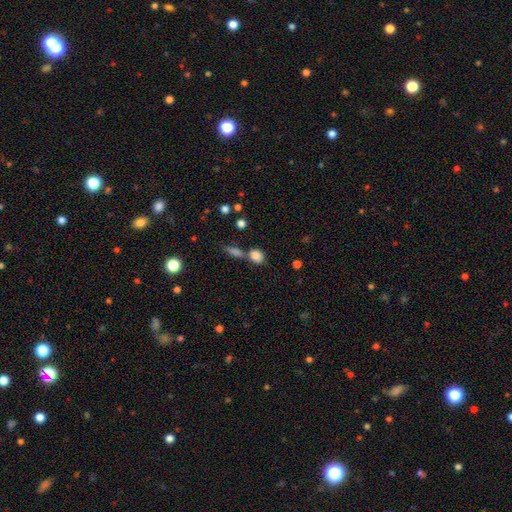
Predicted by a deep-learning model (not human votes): Smooth or featured? smooth (83%)
How rounded? round (50%)
Merging? none (50%)